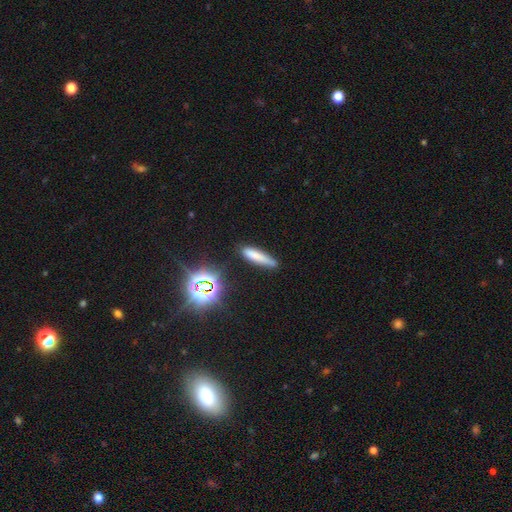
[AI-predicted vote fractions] smooth-or-featured: smooth: 72% | star or artifact: 15% | featured or disk: 13%
  how-rounded: cigar-shaped: 82% | in between: 16% | round: 2%
  merging: none: 74% | minor disturbance: 18% | major disturbance: 5% | merger: 3%